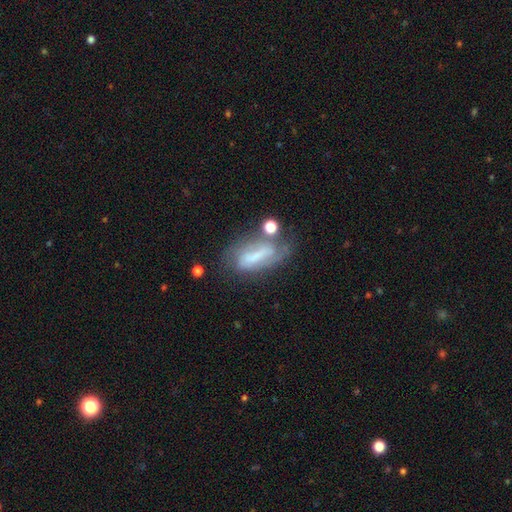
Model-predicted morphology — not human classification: Smooth or featured? featured or disk (55%)
Edge-on disk? no (83%)
Merging? none (39%)